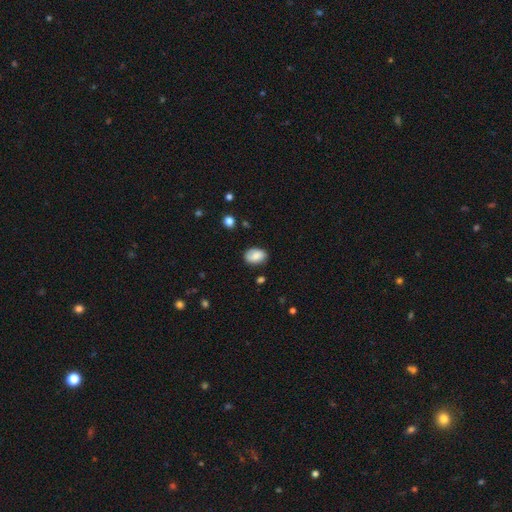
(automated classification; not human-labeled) Smooth or featured?
  - smooth: 80% *
  - featured or disk: 12%
  - star or artifact: 8%
How rounded?
  - in between: 83% *
  - round: 15%
  - cigar-shaped: 1%
Merging?
  - none: 77% *
  - minor disturbance: 17%
  - major disturbance: 4%
  - merger: 2%